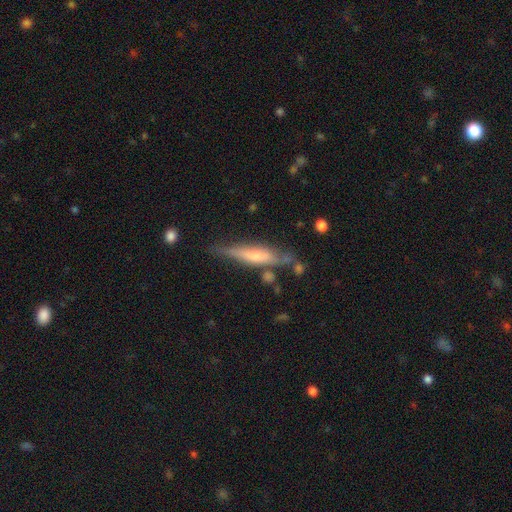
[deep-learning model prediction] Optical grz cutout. It shows a featured or disk galaxy (53%) viewed edge-on (89%). Merging: none (68%).